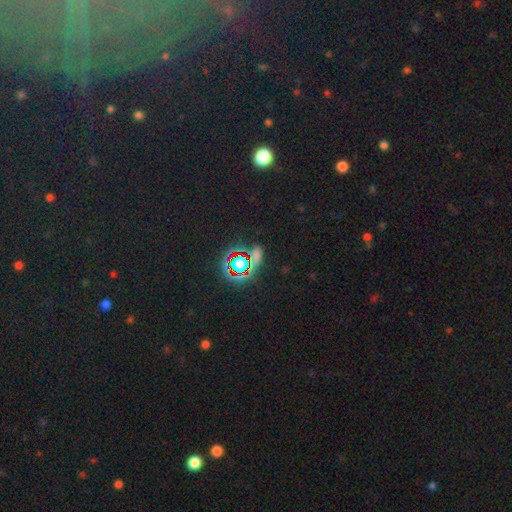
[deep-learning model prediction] Smooth or featured? star or artifact (63%)